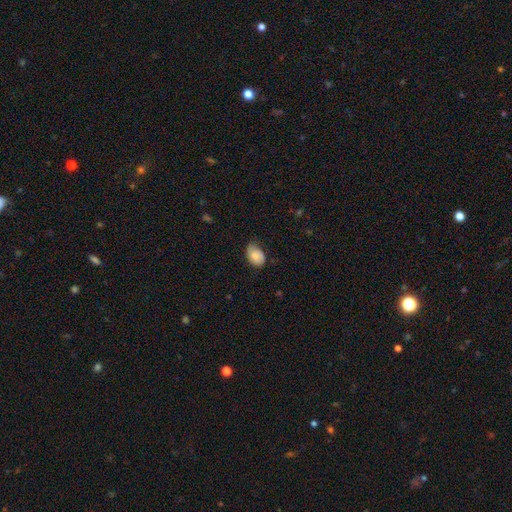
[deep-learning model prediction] Smooth or featured?
  - smooth: 78% *
  - featured or disk: 15%
  - star or artifact: 7%
How rounded?
  - in between: 87% *
  - round: 12%
  - cigar-shaped: 1%
Merging?
  - none: 63% *
  - minor disturbance: 30%
  - major disturbance: 6%
  - merger: 1%